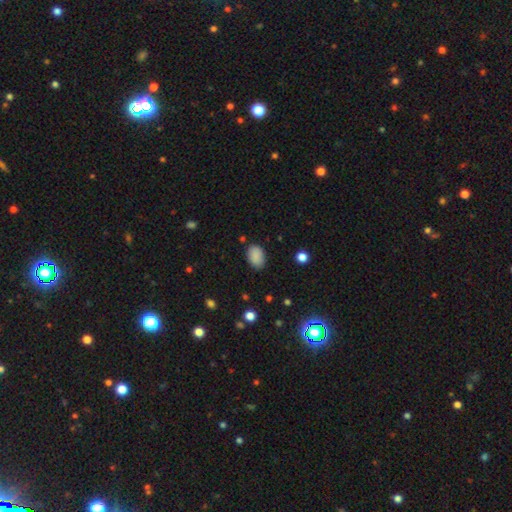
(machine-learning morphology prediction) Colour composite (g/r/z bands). It shows a smooth galaxy with no disk features (87%) that is in between round and cigar-shaped (85%). Merging: none (84%).